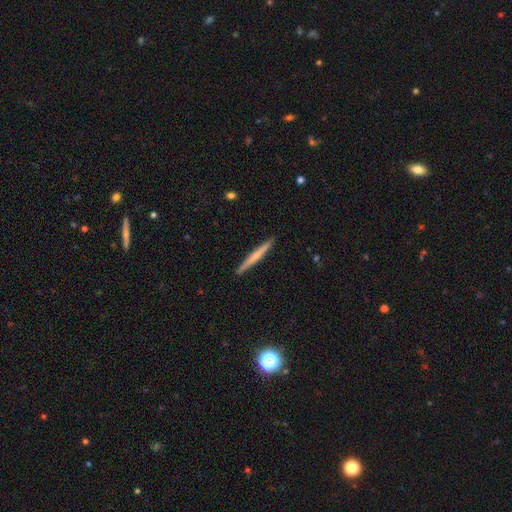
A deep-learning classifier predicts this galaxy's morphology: This appears to be a smooth galaxy with no disk features (48%). Merging: none (92%).